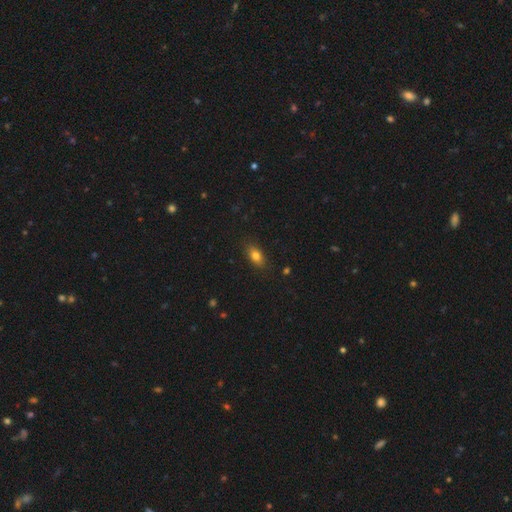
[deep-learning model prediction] smooth 80%, featured or disk 10%, star or artifact 10%. Down the decision tree: how rounded — in between (84%); merging — none (85%).